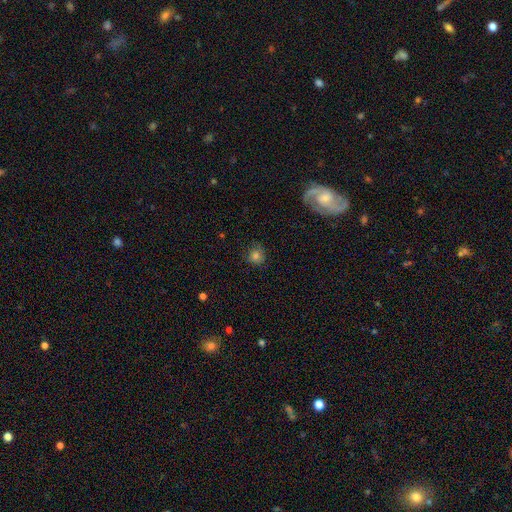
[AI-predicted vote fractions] A smooth galaxy with no disk features (79%) that is round (87%).

Vote fractions:
- Smooth or featured? smooth: 79% / star or artifact: 13% / featured or disk: 8%
- How rounded? round: 87% / in between: 12% / cigar-shaped: 1%
- Merging? none: 78% / minor disturbance: 16% / major disturbance: 4% / merger: 1%